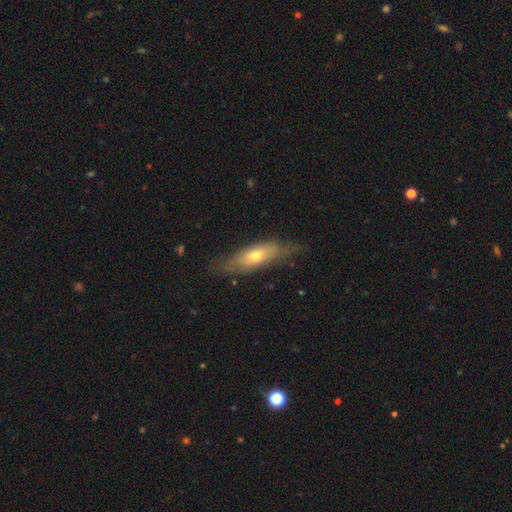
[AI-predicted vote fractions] A smooth galaxy with no disk features (52%) that is in between round and cigar-shaped (49%).

Vote fractions:
- Smooth or featured? smooth: 52% / featured or disk: 41% / star or artifact: 7%
- How rounded? in between: 49% / cigar-shaped: 48% / round: 3%
- Merging? none: 68% / minor disturbance: 23% / major disturbance: 7% / merger: 2%